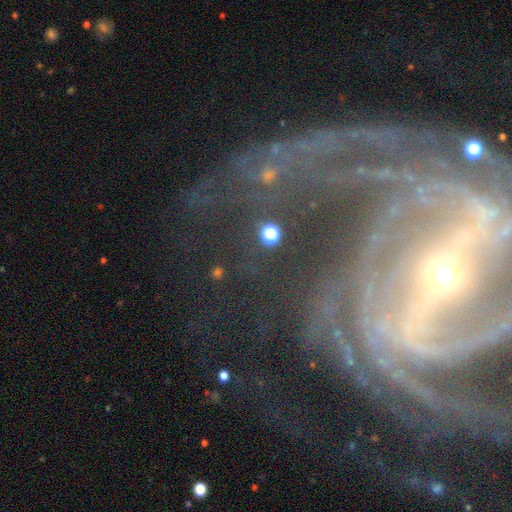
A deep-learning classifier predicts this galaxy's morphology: Smooth or featured? featured or disk (61%)
Edge-on disk? no (92%)
Bar? no (35%, tied with strong)
Spiral arms? yes (92%)
Spiral winding? tight (62%)
Spiral arm count? can't tell (25%)
Bulge size? small (56%)
Merging? none (71%)